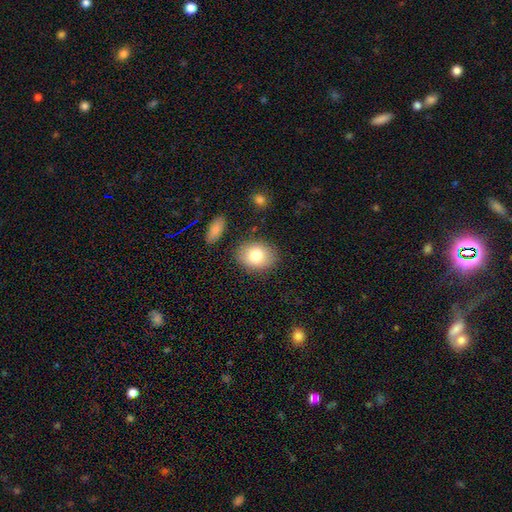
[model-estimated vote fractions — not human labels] Overall: smooth (79%). How rounded: in between (58%; round 41%). Merging: none (83%).